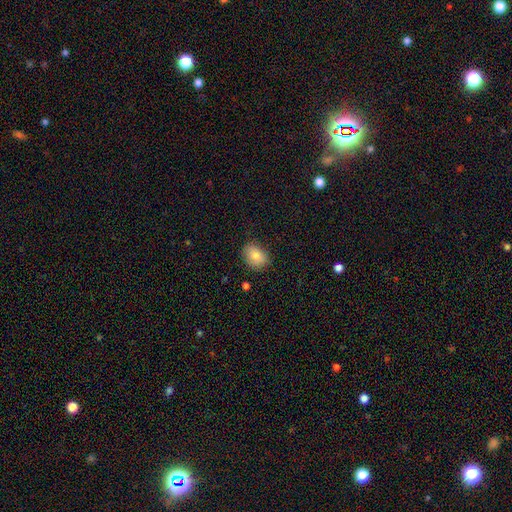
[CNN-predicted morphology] smooth 83%, featured or disk 9%, star or artifact 8%. Down the decision tree: how rounded — in between (66%); merging — none (81%).